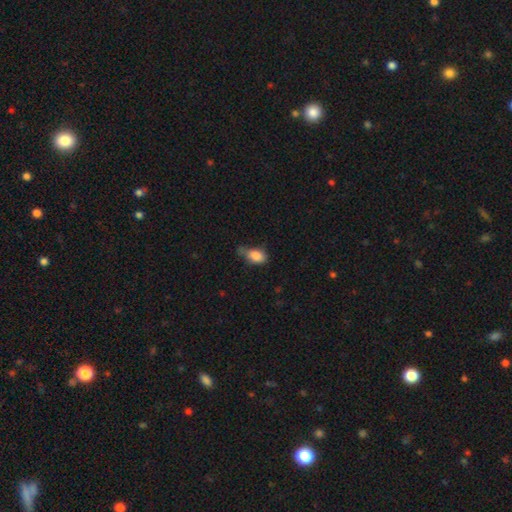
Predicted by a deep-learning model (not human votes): Smooth or featured? Predicted: smooth (p=0.83). How rounded? Predicted: in between (p=0.86). Merging? Predicted: minor disturbance (p=0.42).